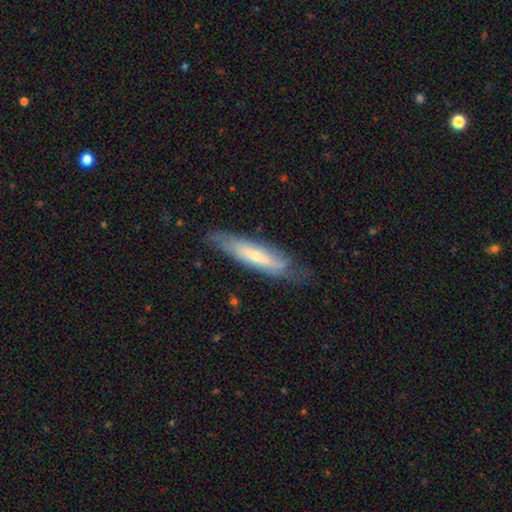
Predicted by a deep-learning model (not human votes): The model was most divided on "edge-on disk": yes: 53%, no: 47%. More confident: merging — none (71%); smooth or featured — featured or disk (51%).